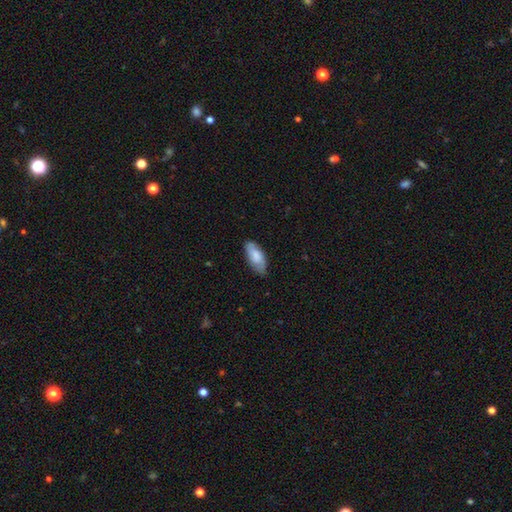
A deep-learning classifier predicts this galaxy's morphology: This appears to be a smooth galaxy with no disk features (74%) that is in between round and cigar-shaped (85%). Merging: none (73%).